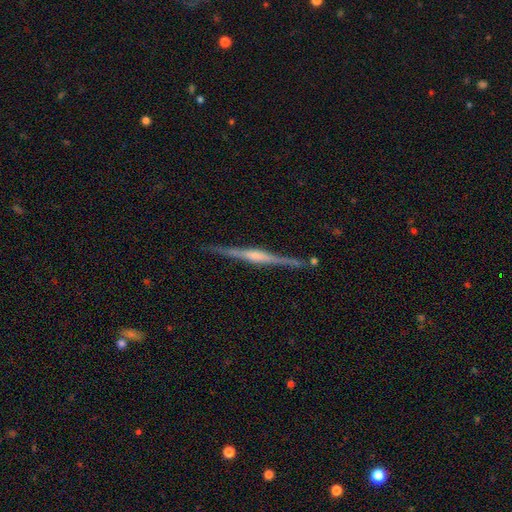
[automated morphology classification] This is clearly a featured or disk galaxy (83%). It is clearly viewed edge-on (98%). Edge-on bulge: possibly rounded (57%). Merging: clearly none (89%).